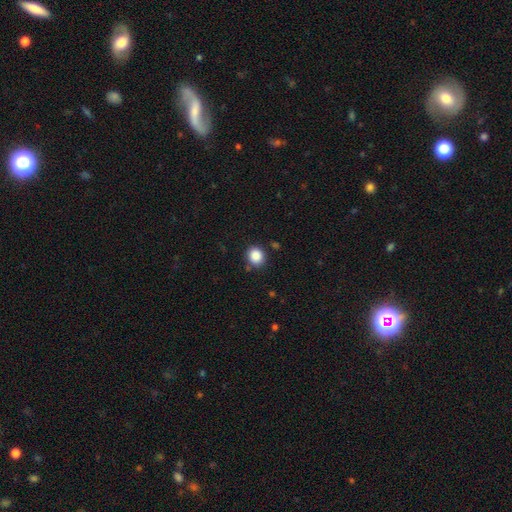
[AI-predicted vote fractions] A smooth galaxy with no disk features (87%) that is round (81%).

Vote fractions:
- Smooth or featured? smooth: 87% / star or artifact: 10% / featured or disk: 3%
- How rounded? round: 81% / in between: 19% / cigar-shaped: 1%
- Merging? none: 85% / minor disturbance: 10% / major disturbance: 3% / merger: 3%